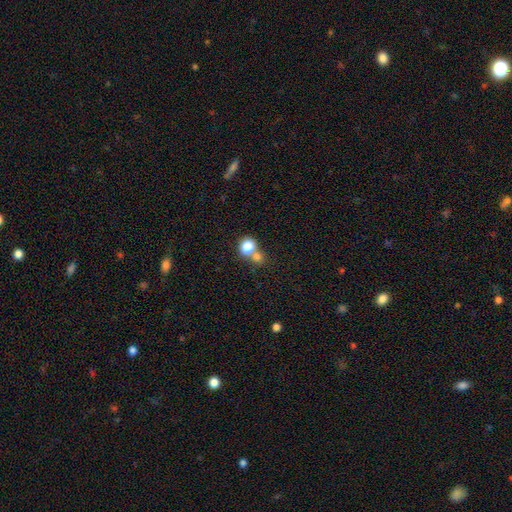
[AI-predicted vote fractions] smooth_or_featured: smooth (p=0.74) [alt: star or artifact p=0.16]
how_rounded: round (p=0.84) [alt: in between p=0.15]
merging: none (p=0.48) [alt: merger p=0.42]